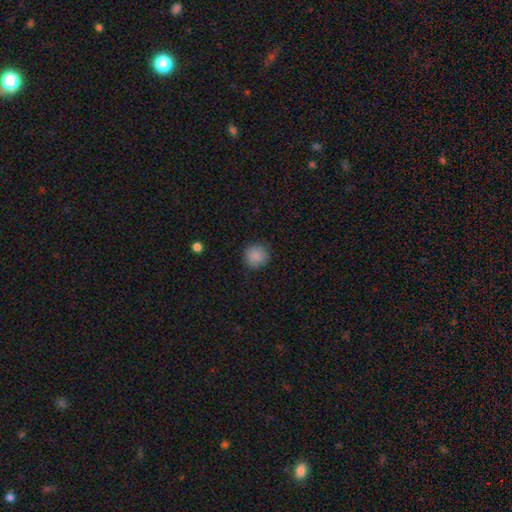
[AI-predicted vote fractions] Smooth or featured?
  - smooth: 88% *
  - star or artifact: 9%
  - featured or disk: 3%
How rounded?
  - round: 93% *
  - in between: 6%
  - cigar-shaped: 1%
Merging?
  - none: 89% *
  - minor disturbance: 8%
  - major disturbance: 2%
  - merger: 1%